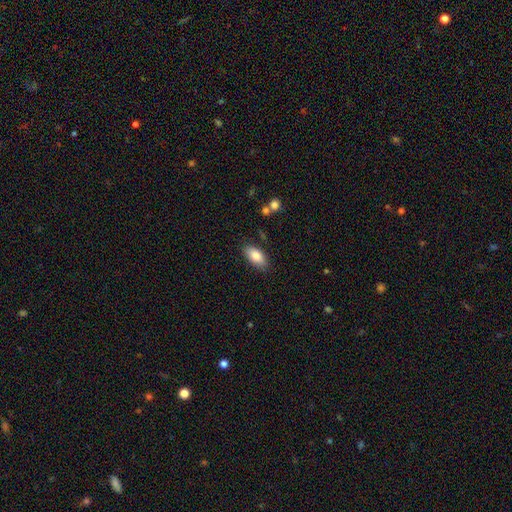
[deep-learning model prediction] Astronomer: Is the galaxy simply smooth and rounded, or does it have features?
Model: smooth — 83%.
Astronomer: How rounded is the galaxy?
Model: in between — 91%.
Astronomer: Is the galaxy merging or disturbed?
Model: none — 83%.